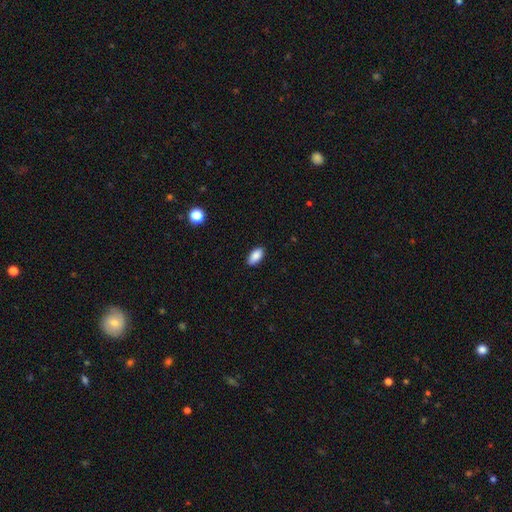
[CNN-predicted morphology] This appears to be a smooth galaxy with no disk features (88%) that is in between round and cigar-shaped (92%). Merging: none (89%).